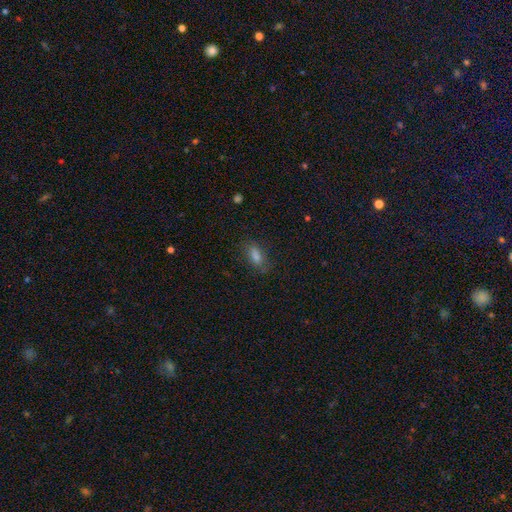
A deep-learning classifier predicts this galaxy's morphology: Smooth or featured? smooth (70%)
How rounded? in between (74%)
Merging? none (76%)